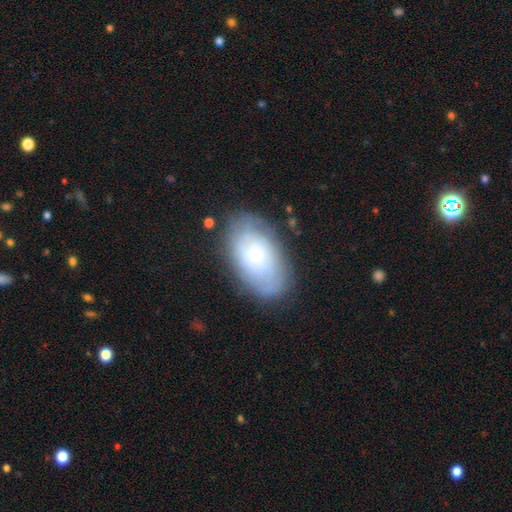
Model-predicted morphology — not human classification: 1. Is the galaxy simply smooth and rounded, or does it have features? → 52% featured or disk, 40% smooth, 8% star or artifact.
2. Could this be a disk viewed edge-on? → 94% no, 6% yes.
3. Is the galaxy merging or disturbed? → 76% none, 17% minor disturbance, 5% major disturbance, 2% merger.